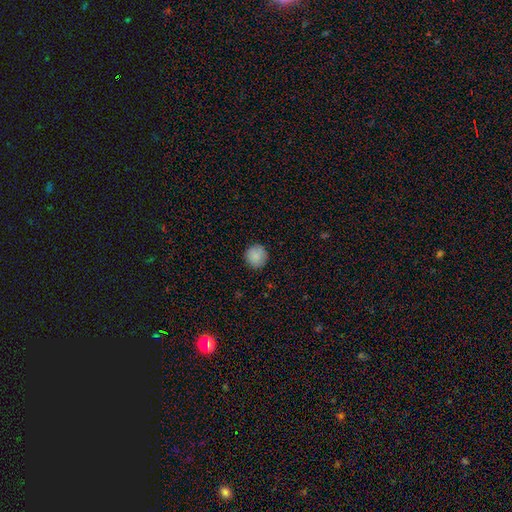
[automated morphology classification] smooth 89%, star or artifact 8%, featured or disk 3%. Down the decision tree: how rounded — round (94%); merging — none (91%).